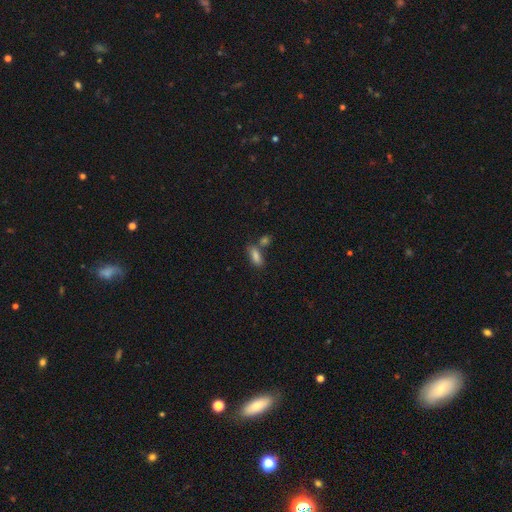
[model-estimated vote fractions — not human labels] A smooth galaxy with no disk features (83%) that is in between round and cigar-shaped (78%). Merging: none (58%).